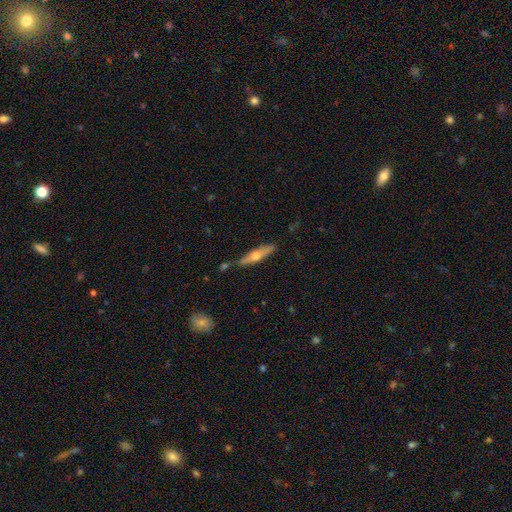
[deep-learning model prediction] This is possibly a featured or disk galaxy (51%). It is clearly viewed edge-on (90%). Merging: likely none (76%).